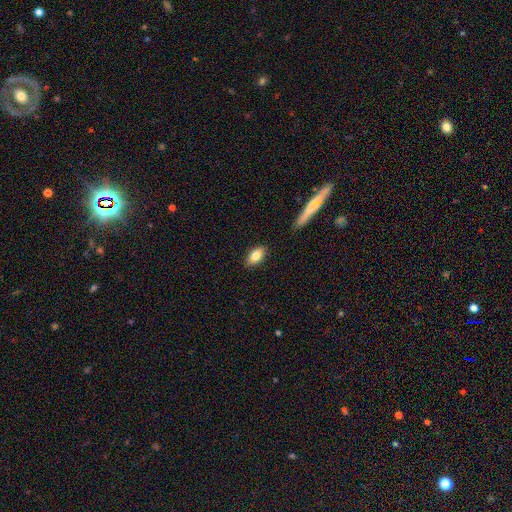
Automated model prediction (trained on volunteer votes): smooth 81%, featured or disk 12%, star or artifact 7%. Down the decision tree: how rounded — in between (90%); merging — none (88%).